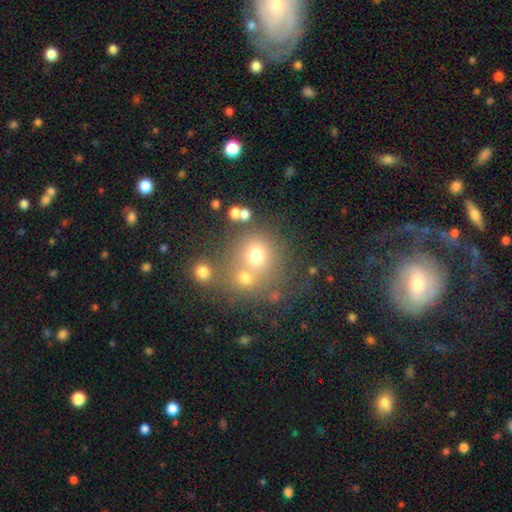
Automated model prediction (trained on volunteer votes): This appears to be a smooth galaxy with no disk features (68%) that is round (83%). Merging: none (51%).